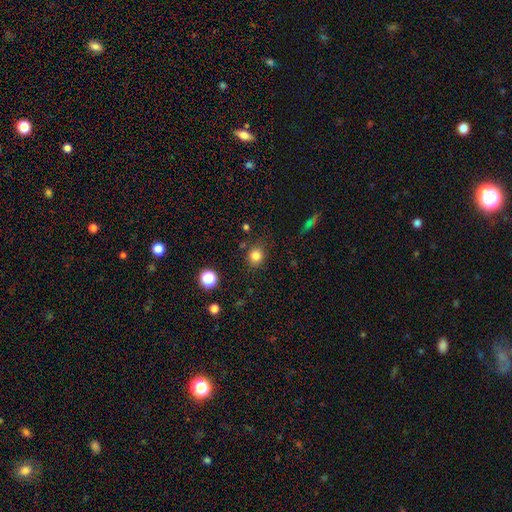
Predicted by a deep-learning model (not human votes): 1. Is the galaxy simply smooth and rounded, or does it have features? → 82% smooth, 13% star or artifact, 6% featured or disk.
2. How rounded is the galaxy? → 81% round, 18% in between, 1% cigar-shaped.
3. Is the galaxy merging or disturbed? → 83% none, 11% minor disturbance, 3% major disturbance, 3% merger.